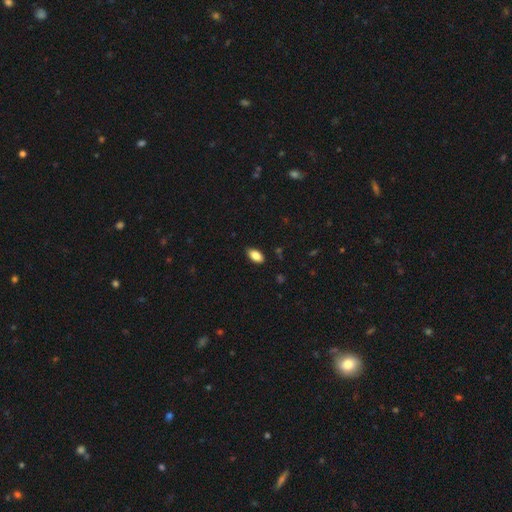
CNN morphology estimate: type=smooth (87%); roundness=in between (93%); merging=none (87%).